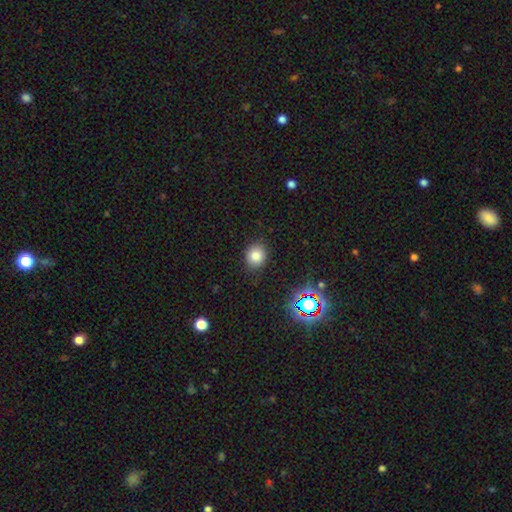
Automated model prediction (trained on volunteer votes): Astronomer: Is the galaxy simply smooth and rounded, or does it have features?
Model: smooth — 80%.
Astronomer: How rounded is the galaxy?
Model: round — 73%.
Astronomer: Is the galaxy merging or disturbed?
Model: none — 86%.